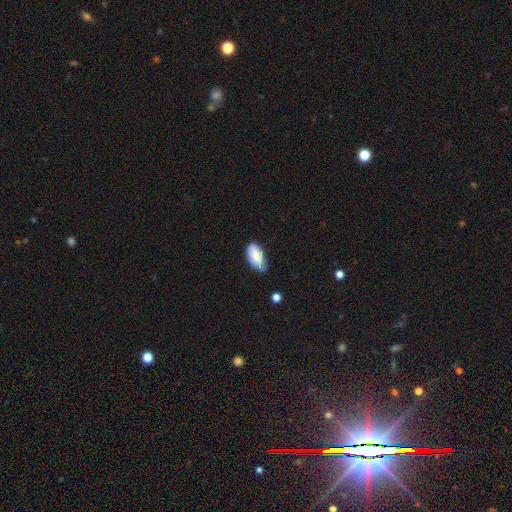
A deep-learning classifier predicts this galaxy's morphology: The model was most divided on "merging": none: 58%, minor disturbance: 35%, major disturbance: 5%, merger: 2%. More confident: how rounded — in between (94%); smooth or featured — smooth (82%).